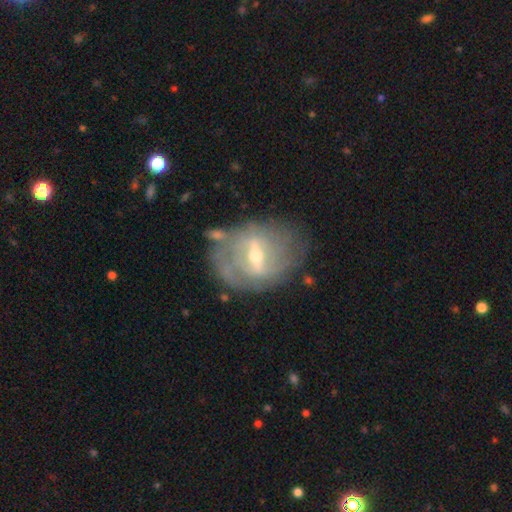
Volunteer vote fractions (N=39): Overall: featured or disk (87%). Edge-on disk: no (88%). Bar: strong (50%; weak 30%). Spiral arms: yes (80%). Spiral arm count: can't tell (58%; 2 21%). Spiral winding: tight (75%). Bulge size: moderate (63%; small 37%). Merging: none (75%).